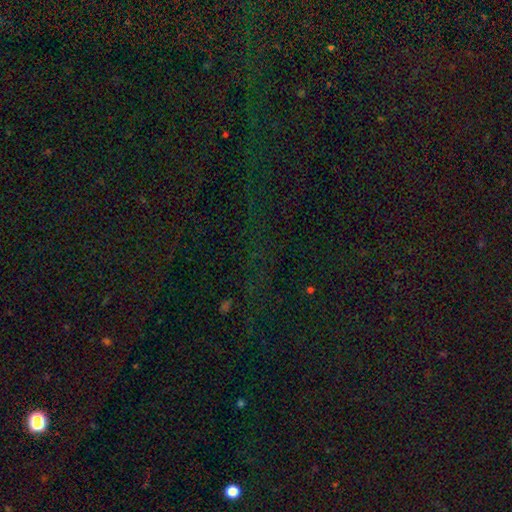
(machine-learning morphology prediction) Overall: star or artifact (79%).